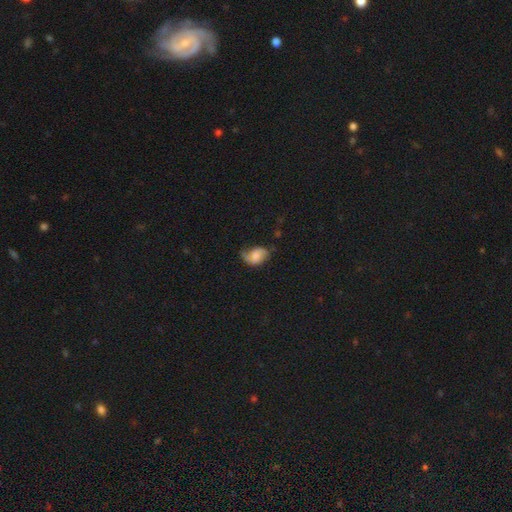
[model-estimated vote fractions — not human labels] A smooth galaxy with no disk features (48%). Merging: none (47%).